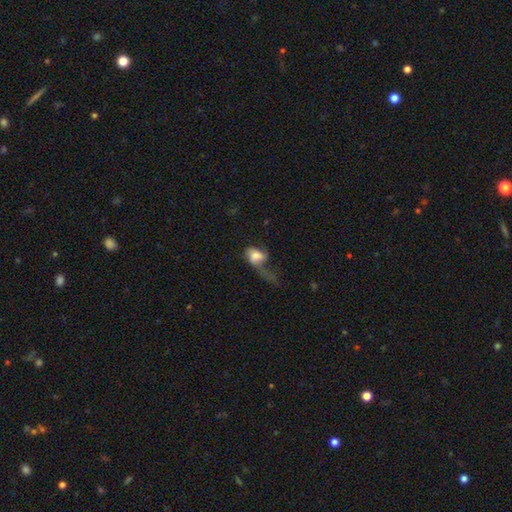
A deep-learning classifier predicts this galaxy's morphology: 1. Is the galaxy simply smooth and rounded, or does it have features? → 54% smooth, 37% featured or disk, 9% star or artifact.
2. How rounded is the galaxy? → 75% in between, 22% round, 3% cigar-shaped.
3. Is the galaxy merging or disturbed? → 60% major disturbance, 18% none, 15% minor disturbance, 7% merger.